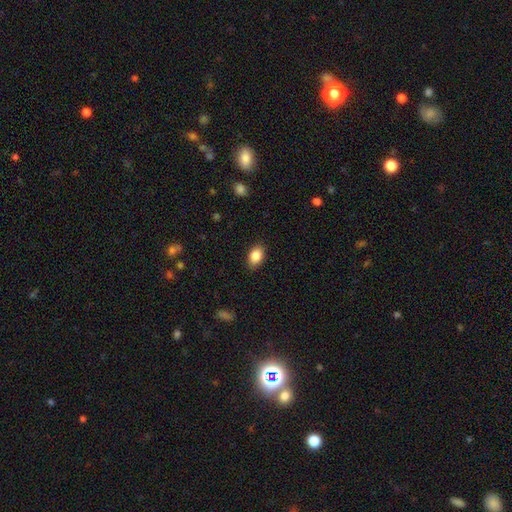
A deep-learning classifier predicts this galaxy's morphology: Q: Smooth or featured?
A: smooth (86%); runner-up: star or artifact (8%)
Q: How rounded?
A: in between (85%); runner-up: round (13%)
Q: Merging?
A: none (87%); runner-up: minor disturbance (9%)